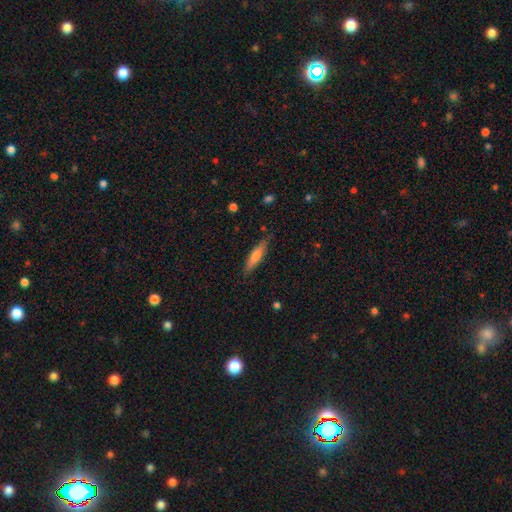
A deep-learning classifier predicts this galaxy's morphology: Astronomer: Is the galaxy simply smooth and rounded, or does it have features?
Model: smooth — 66%.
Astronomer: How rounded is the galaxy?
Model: cigar-shaped — 78%.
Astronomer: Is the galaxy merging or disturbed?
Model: none — 83%.